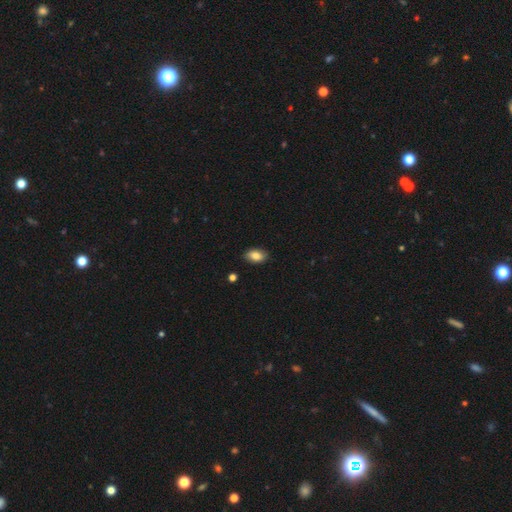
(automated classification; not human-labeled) Smooth or featured?
  - smooth: 83% *
  - featured or disk: 9%
  - star or artifact: 8%
How rounded?
  - in between: 90% *
  - round: 8%
  - cigar-shaped: 2%
Merging?
  - none: 85% *
  - minor disturbance: 12%
  - major disturbance: 2%
  - merger: 1%